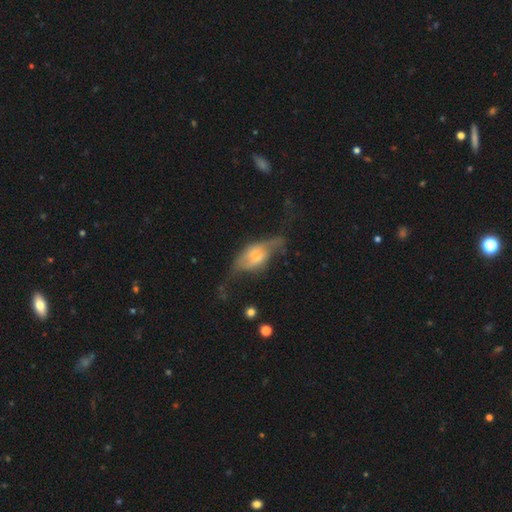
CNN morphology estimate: Overall: featured or disk (59%; smooth 34%). Edge-on disk: no (53%; yes 47%). Merging: none (34%, tied with major disturbance).